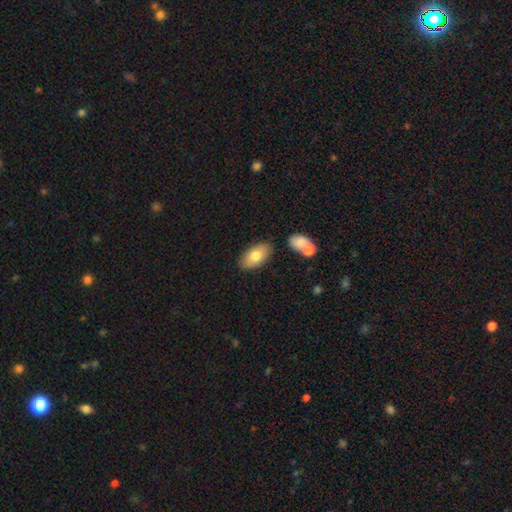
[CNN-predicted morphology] Smooth or featured? Predicted: smooth (p=0.76). How rounded? Predicted: in between (p=0.93). Merging? Predicted: none (p=0.82).